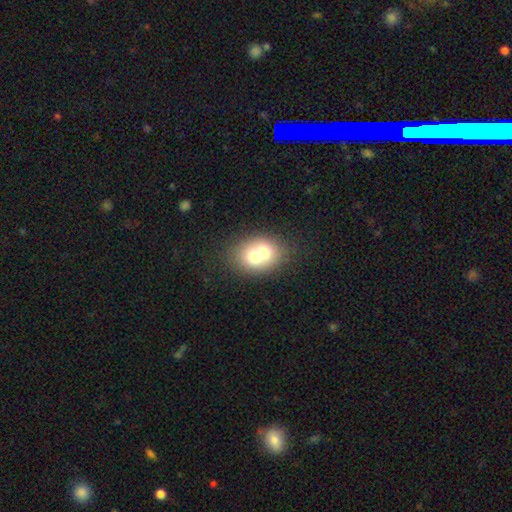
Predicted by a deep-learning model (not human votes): Overall: smooth (64%; featured or disk 26%). How rounded: round (54%; in between 45%). Merging: merger (65%; none 26%).